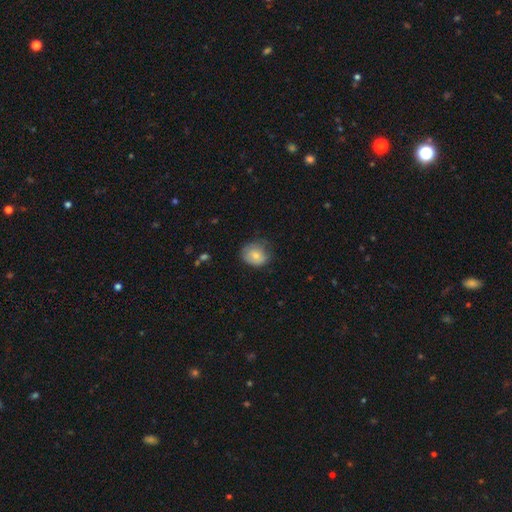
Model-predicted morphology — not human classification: This appears to be a smooth galaxy with no disk features (74%) that is round (61%). Merging: none (57%).